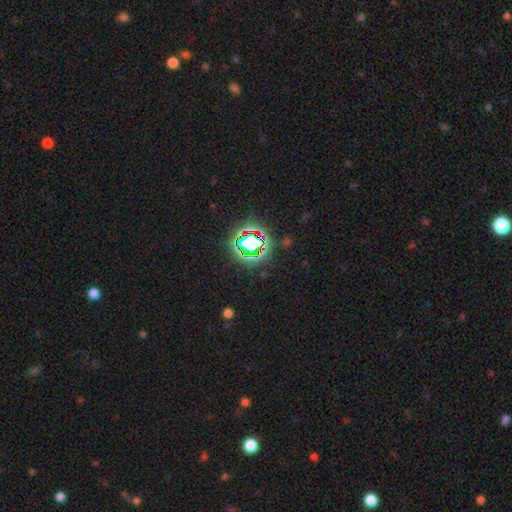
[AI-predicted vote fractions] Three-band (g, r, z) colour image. It shows a star or artifact, not a galaxy (82%).